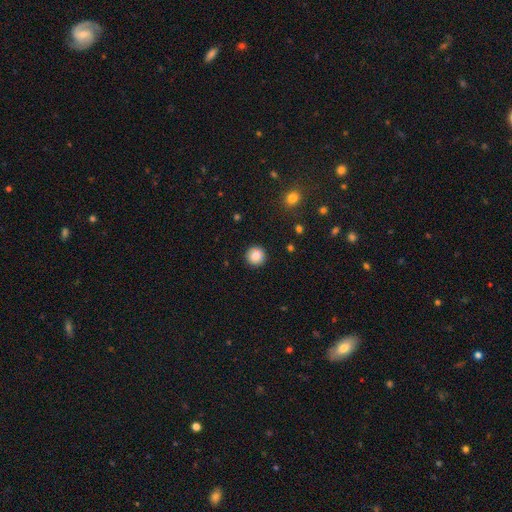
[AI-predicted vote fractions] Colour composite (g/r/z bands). It shows a smooth galaxy with no disk features (83%) that is round (95%). Merging: none (90%).